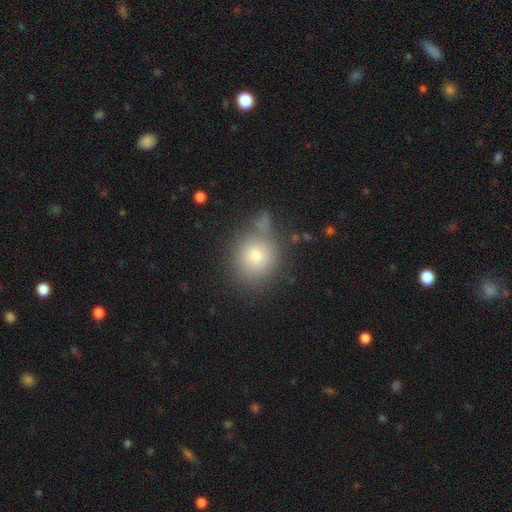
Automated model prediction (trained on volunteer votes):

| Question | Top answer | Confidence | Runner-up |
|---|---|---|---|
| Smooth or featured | smooth | 75% | star or artifact (12%) |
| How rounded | round | 82% | in between (16%) |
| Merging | none | 67% | minor disturbance (16%) |